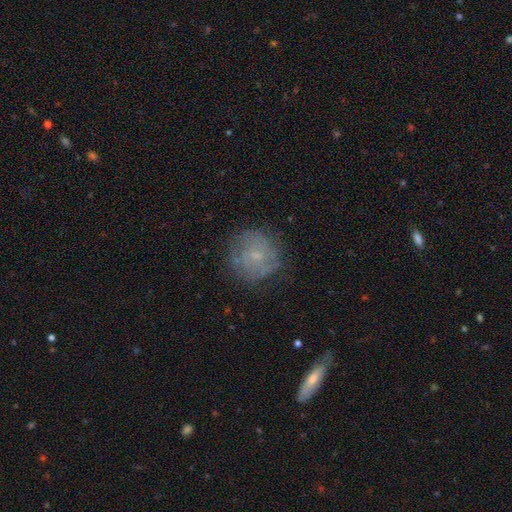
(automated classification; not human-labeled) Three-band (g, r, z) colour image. It shows a featured or disk galaxy (47%). Merging: none (73%).